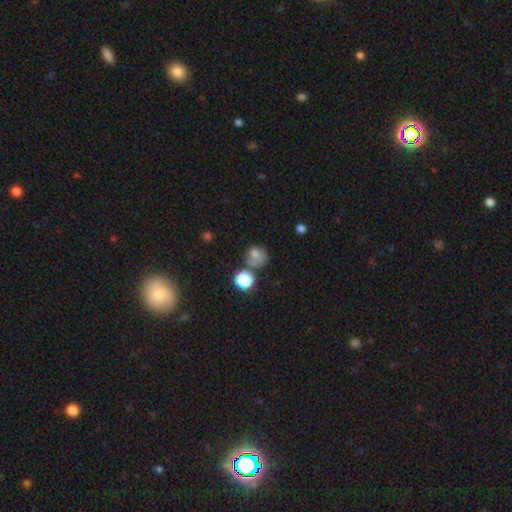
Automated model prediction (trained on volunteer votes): Overall: smooth (72%). How rounded: round (74%). Merging: none (44%; merger 23%).